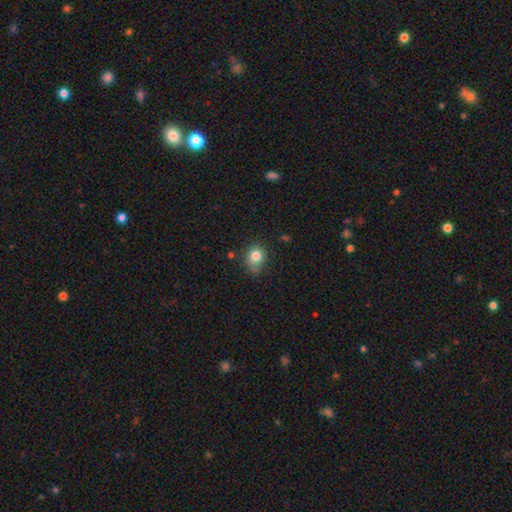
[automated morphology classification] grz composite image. It shows a smooth galaxy with no disk features (80%) that is round (70%). Merging: none (61%).